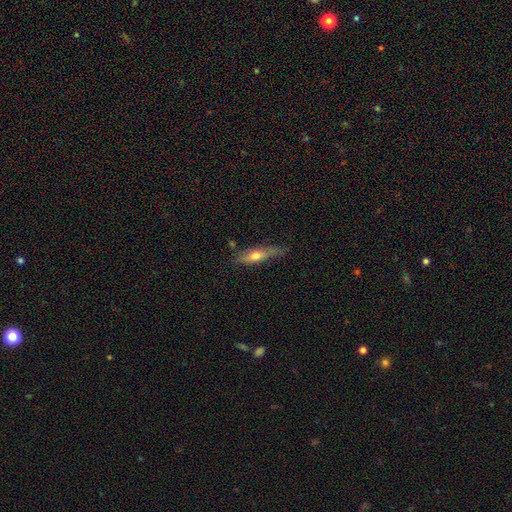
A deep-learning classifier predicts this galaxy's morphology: The model was most divided on "smooth or featured": smooth: 51%, featured or disk: 42%, star or artifact: 6%. More confident: how rounded — cigar-shaped (73%); merging — none (69%).